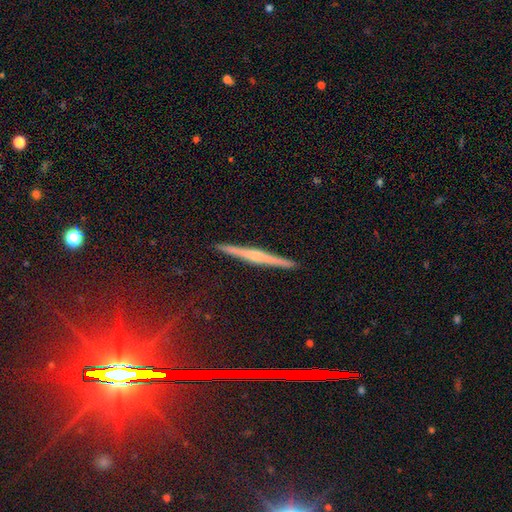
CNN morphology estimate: Smooth or featured? Predicted: featured or disk (p=0.68). Edge-on disk? Predicted: yes (p=0.98). Edge-on bulge? Predicted: rounded (p=0.61). Merging? Predicted: none (p=0.92).